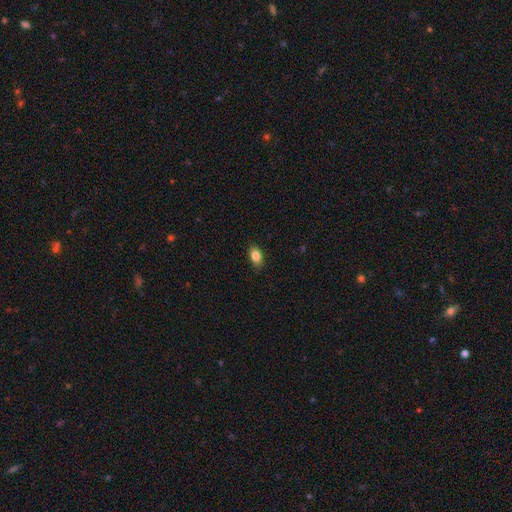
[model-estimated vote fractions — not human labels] Overall: smooth (85%). How rounded: in between (85%). Merging: none (86%).